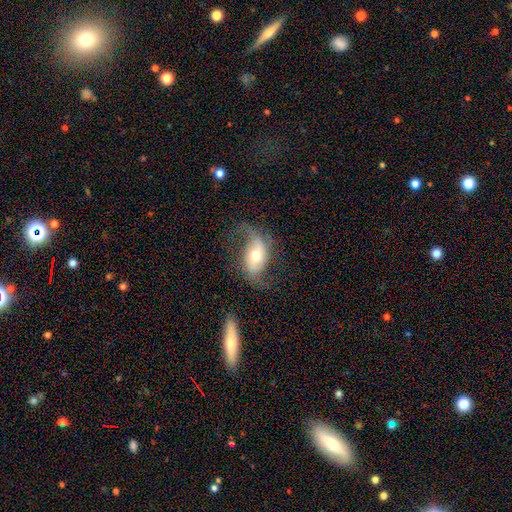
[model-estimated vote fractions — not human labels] This is likely a featured or disk galaxy (73%). It is clearly not viewed edge-on (94%). Bar: possibly no (46%). Spiral arm pattern: clearly yes (88%). Spiral arm count: clearly 2 (87%). Spiral winding: likely loose (74%). Central bulge: likely moderate (68%). Merging: likely none (60%).